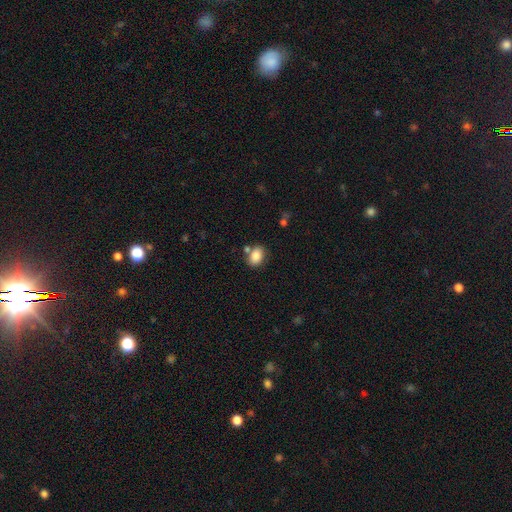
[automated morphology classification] A smooth galaxy with no disk features (85%) that is in between round and cigar-shaped (72%).

Vote fractions:
- Smooth or featured? smooth: 85% / star or artifact: 8% / featured or disk: 7%
- How rounded? in between: 72% / round: 27% / cigar-shaped: 1%
- Merging? none: 68% / merger: 15% / minor disturbance: 13% / major disturbance: 4%